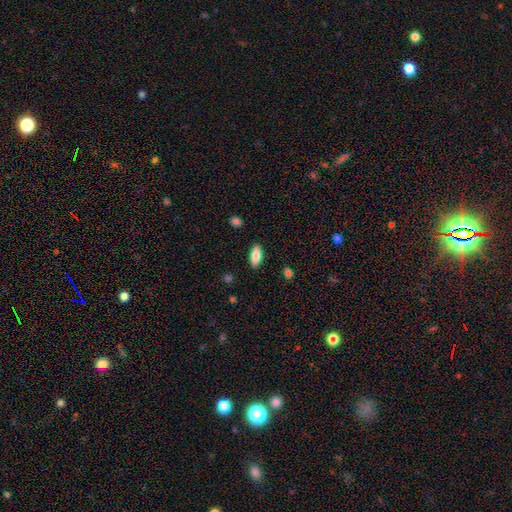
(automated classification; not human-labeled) Overall: smooth (78%). How rounded: in between (79%). Merging: none (88%).